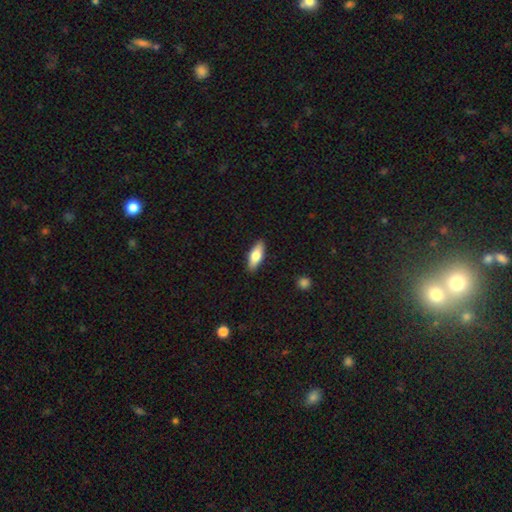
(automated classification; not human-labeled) The model was most divided on "how rounded": in between: 68%, cigar-shaped: 30%, round: 3%. More confident: merging — none (89%); smooth or featured — smooth (68%).